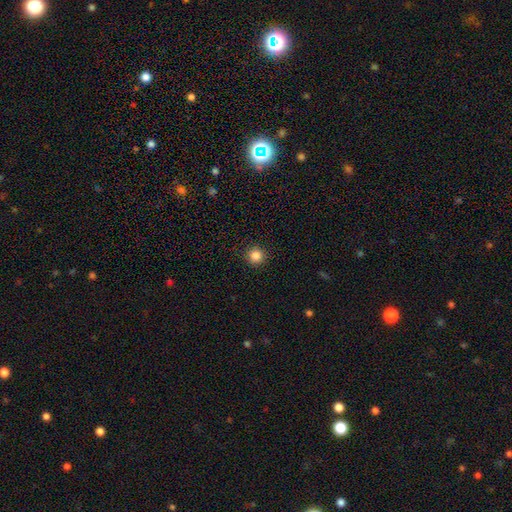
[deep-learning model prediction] smooth-or-featured: smooth: 84% | star or artifact: 11% | featured or disk: 4%
  how-rounded: round: 95% | in between: 4% | cigar-shaped: 1%
  merging: none: 92% | minor disturbance: 5% | major disturbance: 2% | merger: 1%